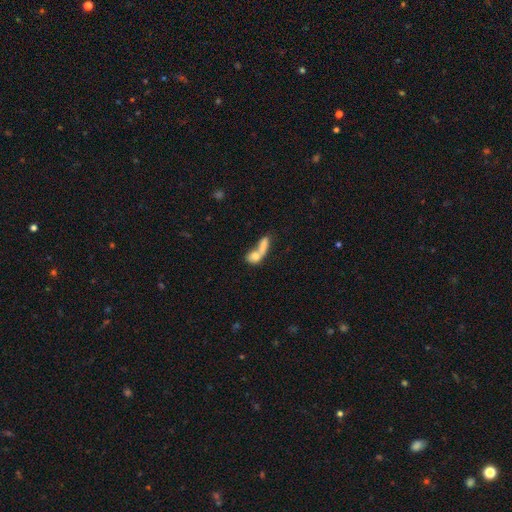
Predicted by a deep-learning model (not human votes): This is likely a smooth galaxy (73%). How rounded: possibly in between (55%). Merging: likely merger (67%).